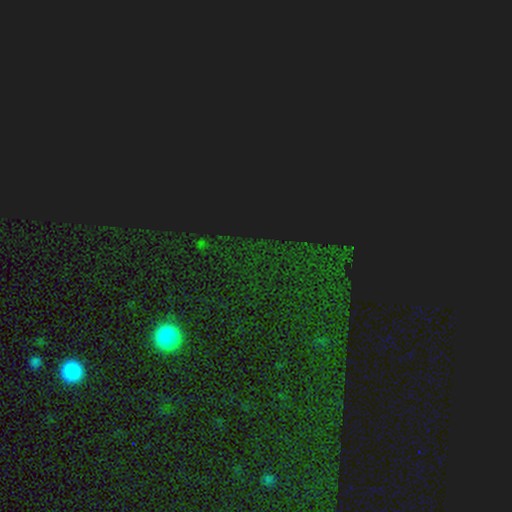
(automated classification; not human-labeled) A star or artifact, not a galaxy (81%).

Vote fractions:
- Smooth or featured? star or artifact: 81% / smooth: 12% / featured or disk: 7%